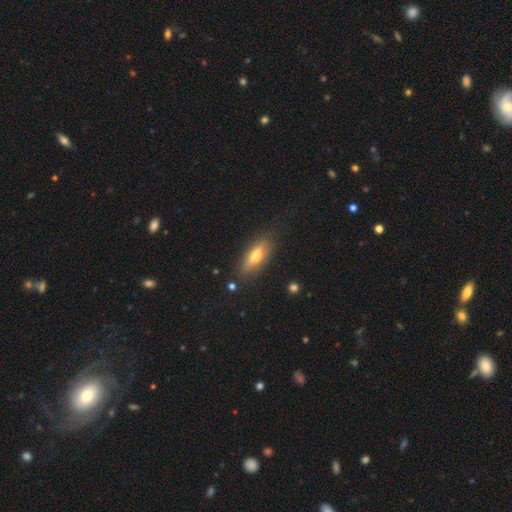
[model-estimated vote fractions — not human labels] smooth-or-featured: smooth: 60% | featured or disk: 33% | star or artifact: 7%
  how-rounded: in between: 61% | cigar-shaped: 36% | round: 3%
  merging: none: 81% | minor disturbance: 13% | major disturbance: 3% | merger: 2%